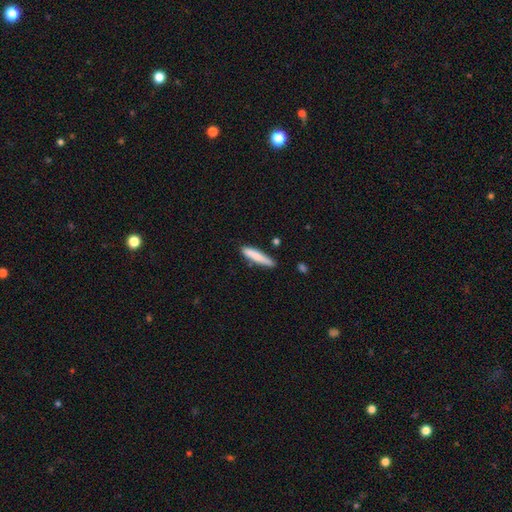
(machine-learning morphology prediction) Smooth or featured? Predicted: smooth (p=0.78). How rounded? Predicted: cigar-shaped (p=0.87). Merging? Predicted: none (p=0.76).